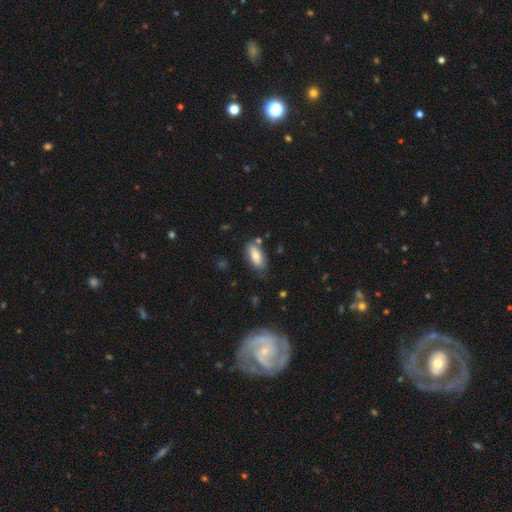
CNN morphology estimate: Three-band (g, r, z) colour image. It shows a smooth galaxy with no disk features (76%) that is in between round and cigar-shaped (86%). Merging: none (70%).